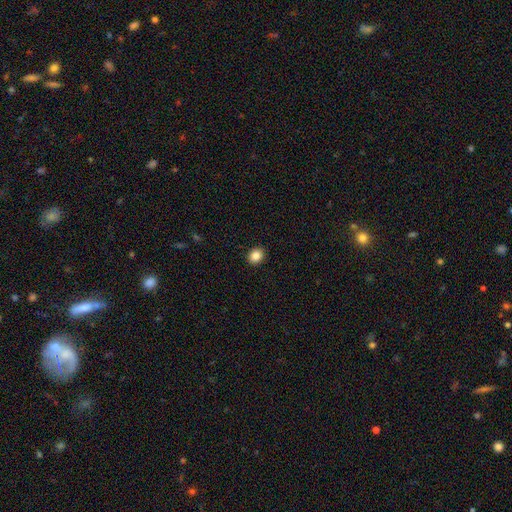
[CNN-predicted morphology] smooth-or-featured: smooth: 86% | star or artifact: 10% | featured or disk: 4%
  how-rounded: round: 64% | in between: 35% | cigar-shaped: 1%
  merging: none: 92% | minor disturbance: 6% | major disturbance: 2% | merger: 1%